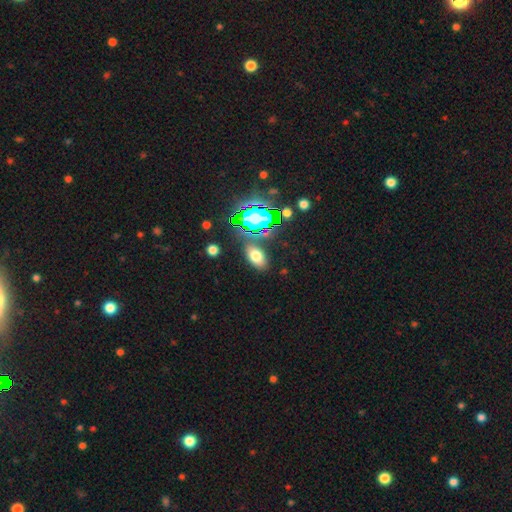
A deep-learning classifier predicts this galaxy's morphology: Smooth or featured? smooth (63%)
How rounded? in between (88%)
Merging? none (80%)